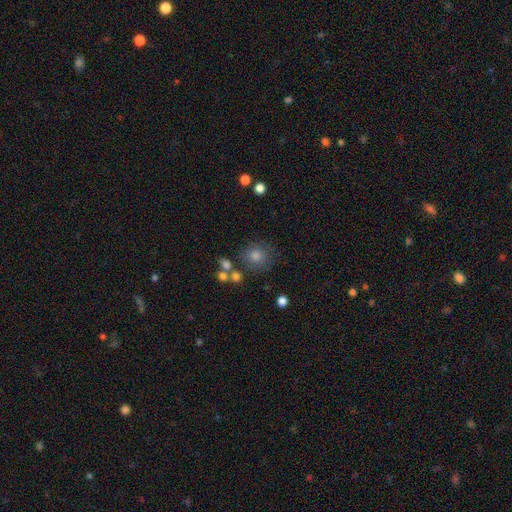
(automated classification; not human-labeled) A smooth galaxy with no disk features (68%) that is round (84%).

Vote fractions:
- Smooth or featured? smooth: 68% / star or artifact: 18% / featured or disk: 14%
- How rounded? round: 84% / in between: 15% / cigar-shaped: 1%
- Merging? none: 71% / minor disturbance: 13% / merger: 9% / major disturbance: 6%